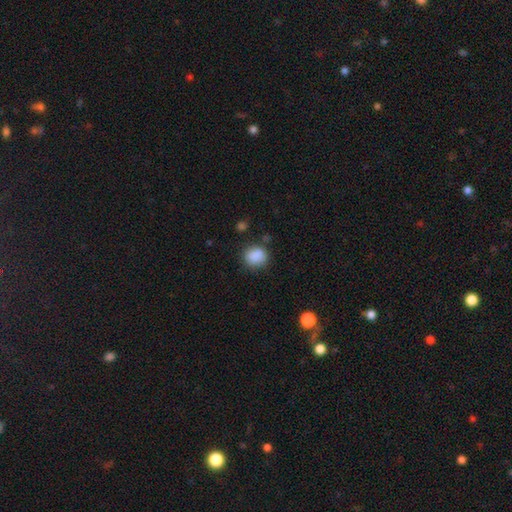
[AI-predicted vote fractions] Smooth or featured? Predicted: smooth (p=0.87). How rounded? Predicted: round (p=0.69). Merging? Predicted: none (p=0.79).